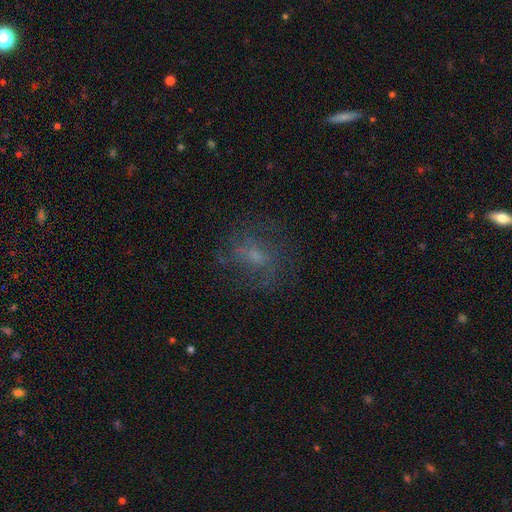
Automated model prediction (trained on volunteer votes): Overall: featured or disk (52%; smooth 32%). Edge-on disk: no (96%). Merging: none (64%).